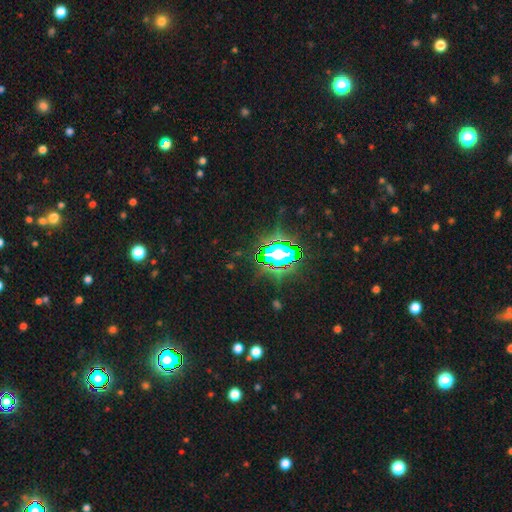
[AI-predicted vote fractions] A star or artifact, not a galaxy (81%).